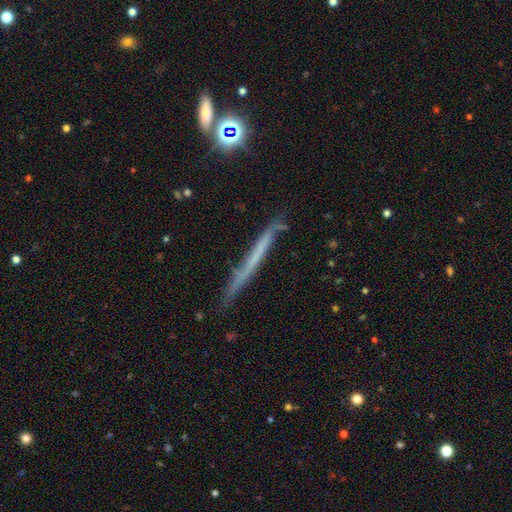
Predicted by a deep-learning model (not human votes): Overall: featured or disk (49%; smooth 41%). Merging: none (76%).